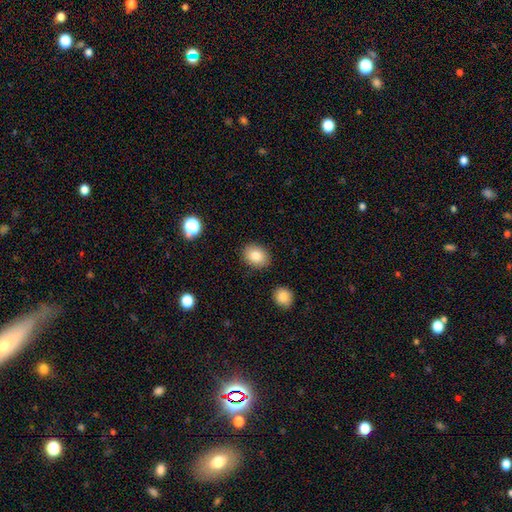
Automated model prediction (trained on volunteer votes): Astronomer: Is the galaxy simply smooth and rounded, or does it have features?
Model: smooth — 83%.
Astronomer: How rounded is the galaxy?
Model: in between — 57% (runner-up: round, 42%).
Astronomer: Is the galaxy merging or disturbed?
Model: none — 86%.